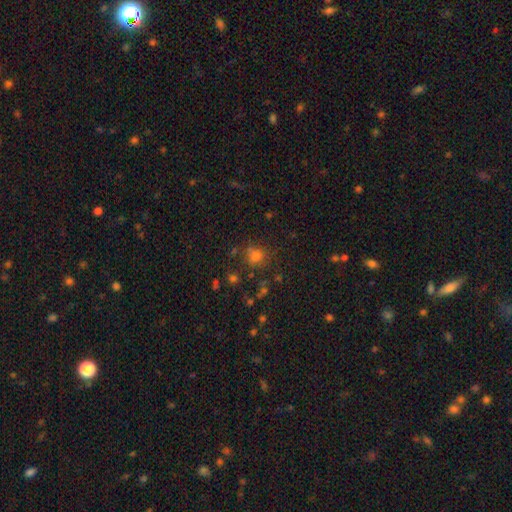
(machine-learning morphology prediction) This is likely a smooth galaxy (70%). How rounded: clearly round (84%). Merging: likely none (73%).